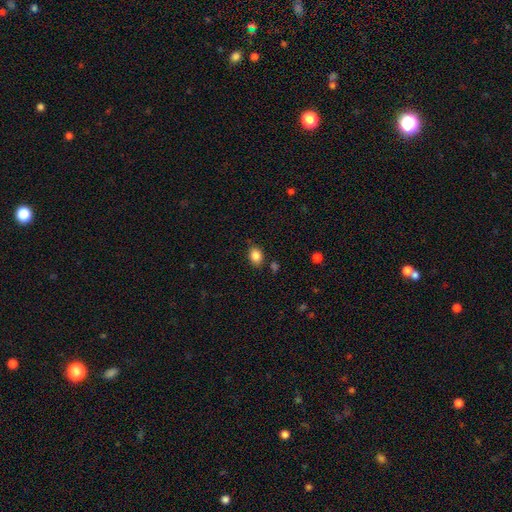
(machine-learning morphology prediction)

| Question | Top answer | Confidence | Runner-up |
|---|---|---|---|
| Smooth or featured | smooth | 86% | star or artifact (9%) |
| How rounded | in between | 68% | round (31%) |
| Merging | none | 81% | minor disturbance (13%) |